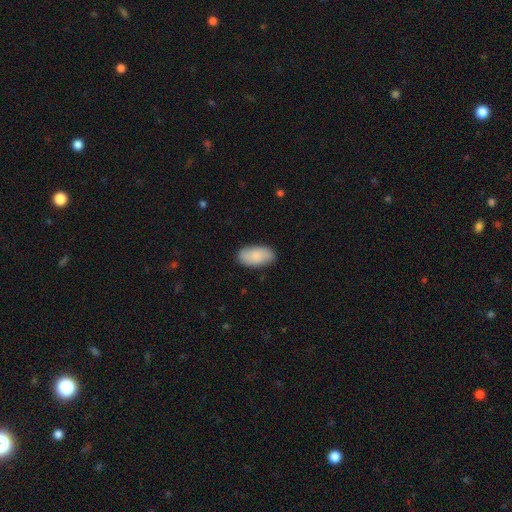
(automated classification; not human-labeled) Q: Smooth or featured?
A: smooth (83%); runner-up: featured or disk (11%)
Q: How rounded?
A: in between (95%); runner-up: cigar-shaped (3%)
Q: Merging?
A: none (84%); runner-up: minor disturbance (12%)